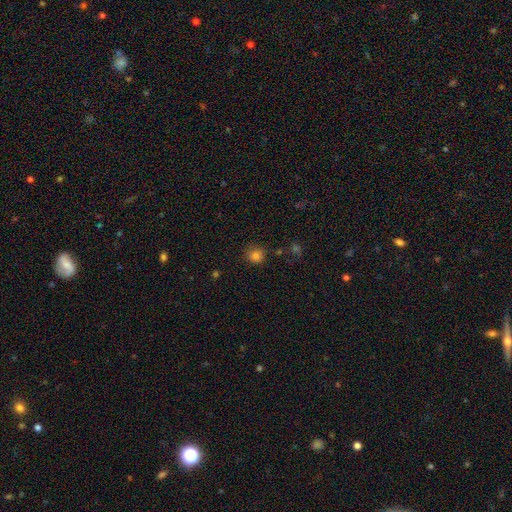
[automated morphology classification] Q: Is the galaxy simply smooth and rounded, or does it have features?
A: smooth — 80%.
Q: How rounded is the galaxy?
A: round — 88%.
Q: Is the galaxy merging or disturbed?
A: none — 80%.